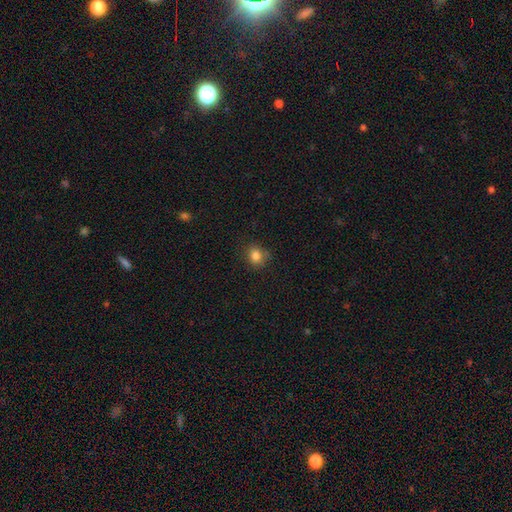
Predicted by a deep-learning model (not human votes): Smooth or featured?
  - smooth: 83% *
  - star or artifact: 12%
  - featured or disk: 5%
How rounded?
  - round: 74% *
  - in between: 25%
  - cigar-shaped: 1%
Merging?
  - none: 80% *
  - minor disturbance: 14%
  - major disturbance: 3%
  - merger: 2%